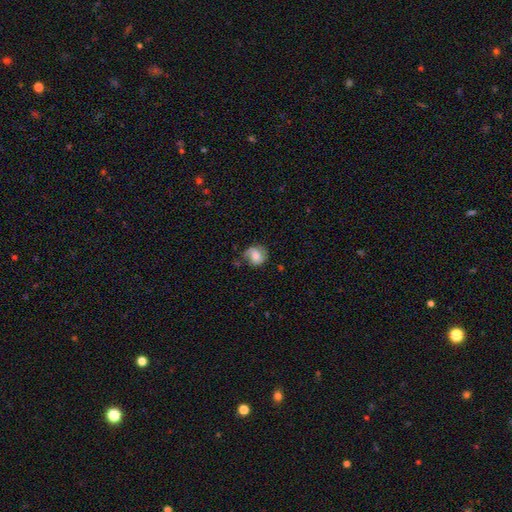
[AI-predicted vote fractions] Smooth or featured: smooth — 51% (featured or disk — 41%)
How rounded: round — 71% (in between — 28%)
Merging: none — 57% (minor disturbance — 28%)